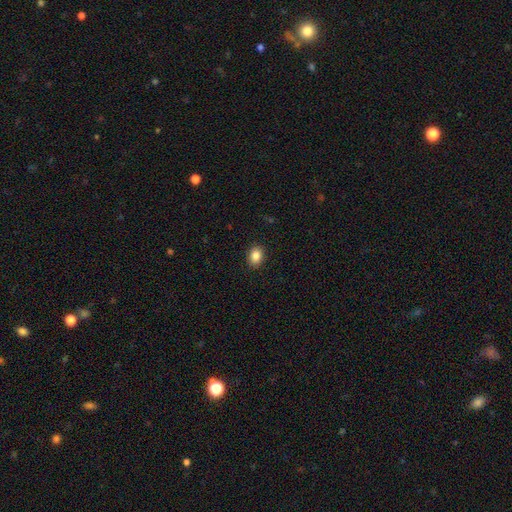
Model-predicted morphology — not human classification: type=smooth (87%); roundness=in between (62%); merging=none (90%).